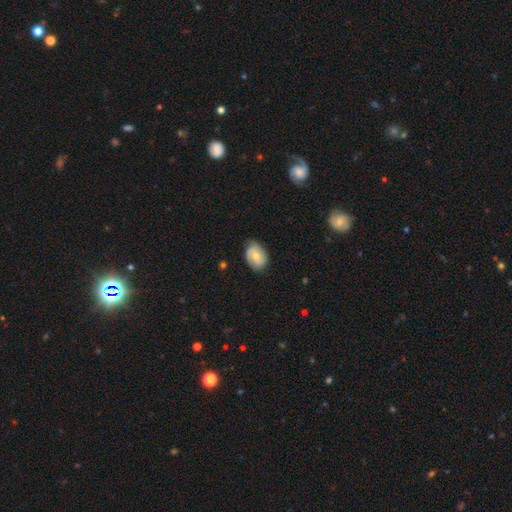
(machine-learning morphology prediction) This appears to be a smooth galaxy with no disk features (48%). Merging: none (70%).